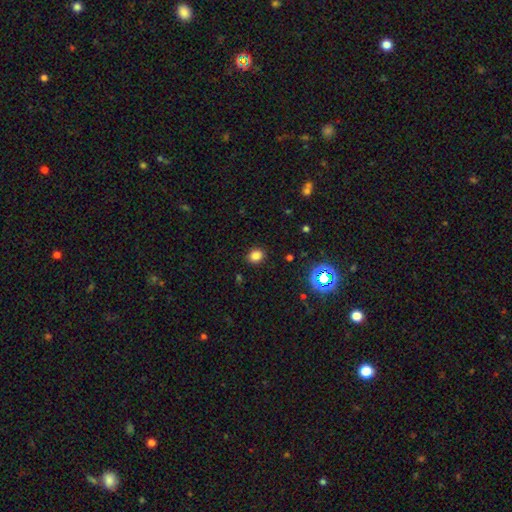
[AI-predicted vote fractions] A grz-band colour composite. It shows a smooth galaxy with no disk features (81%) that is round (55%). Merging: none (89%).